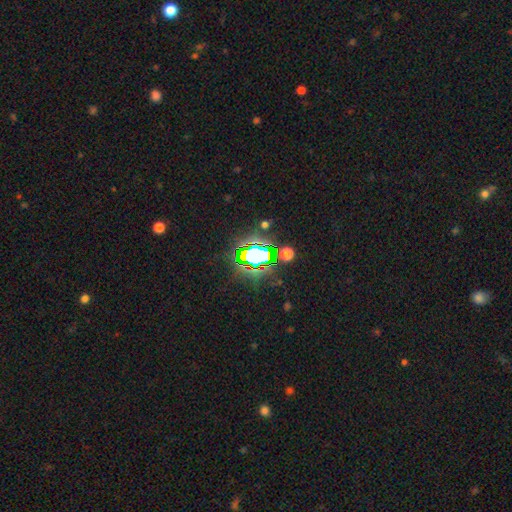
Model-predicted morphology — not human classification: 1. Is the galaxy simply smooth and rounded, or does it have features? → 64% star or artifact, 22% smooth, 14% featured or disk.